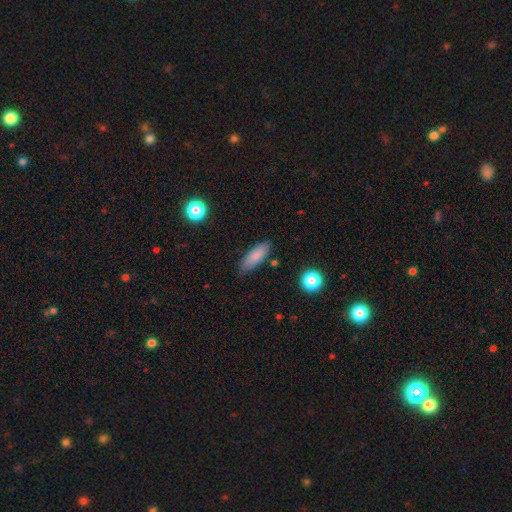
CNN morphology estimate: Q: Smooth or featured?
A: smooth (82%); runner-up: featured or disk (11%)
Q: How rounded?
A: in between (69%); runner-up: cigar-shaped (29%)
Q: Merging?
A: none (82%); runner-up: minor disturbance (14%)